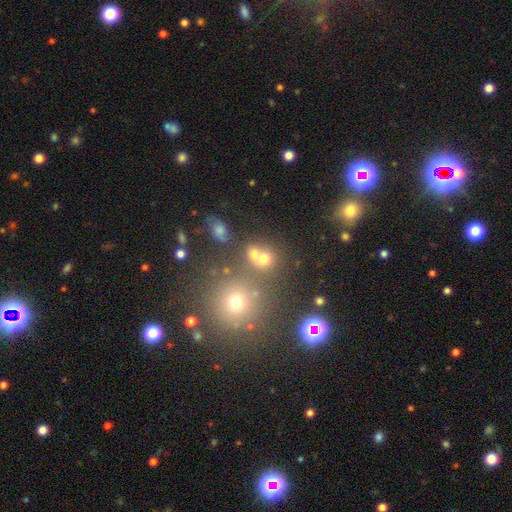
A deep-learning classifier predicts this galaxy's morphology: smooth_or_featured: smooth (p=0.67) [alt: star or artifact p=0.21]
how_rounded: round (p=0.76) [alt: in between p=0.23]
merging: none (p=0.52) [alt: merger p=0.32]